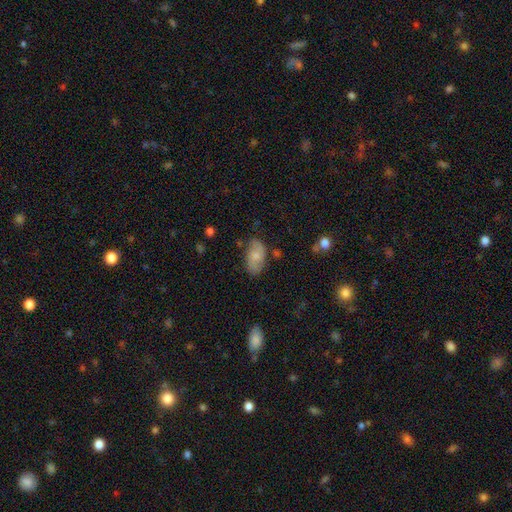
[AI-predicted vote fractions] smooth-or-featured: smooth: 62% | featured or disk: 31% | star or artifact: 7%
  how-rounded: in between: 93% | round: 5% | cigar-shaped: 2%
  merging: none: 70% | minor disturbance: 22% | major disturbance: 6% | merger: 3%